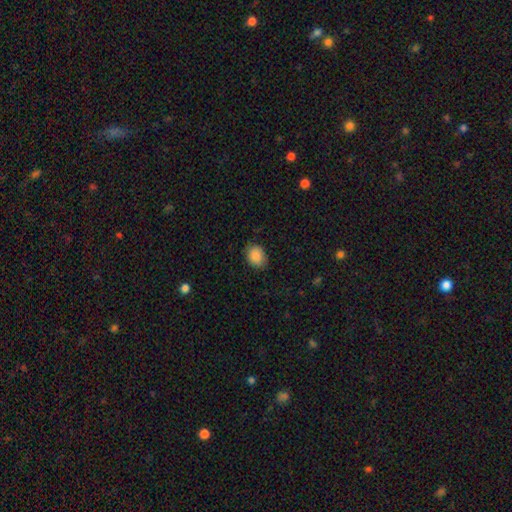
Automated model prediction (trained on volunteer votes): smooth_or_featured: smooth (p=0.86) [alt: star or artifact p=0.08]
how_rounded: in between (p=0.58) [alt: round p=0.41]
merging: none (p=0.78) [alt: minor disturbance p=0.17]